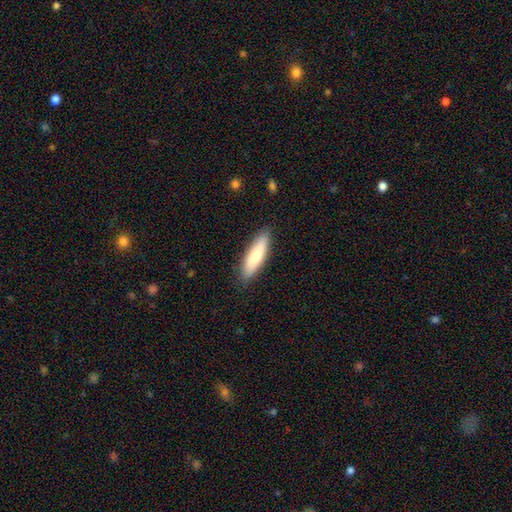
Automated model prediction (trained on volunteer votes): Smooth or featured? Predicted: smooth (p=0.75). How rounded? Predicted: cigar-shaped (p=0.64). Merging? Predicted: none (p=0.87).